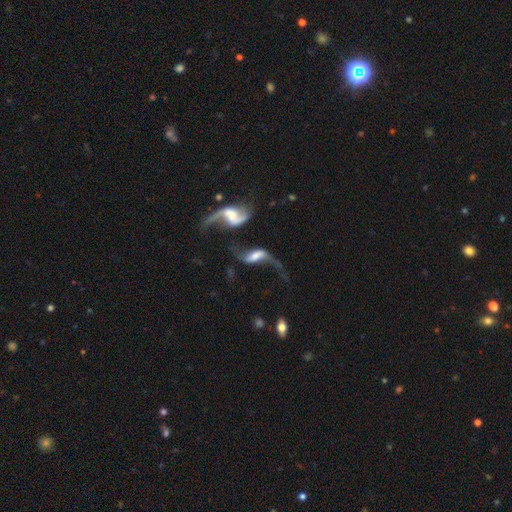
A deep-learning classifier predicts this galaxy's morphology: featured or disk 75%, smooth 17%, star or artifact 8%. Down the decision tree: edge-on disk — no (92%); bar — weak (41%); spiral arms — yes (86%); spiral arm count — 2 (82%); spiral winding — loose (88%); bulge size — moderate (33%); merging — merger (35%).